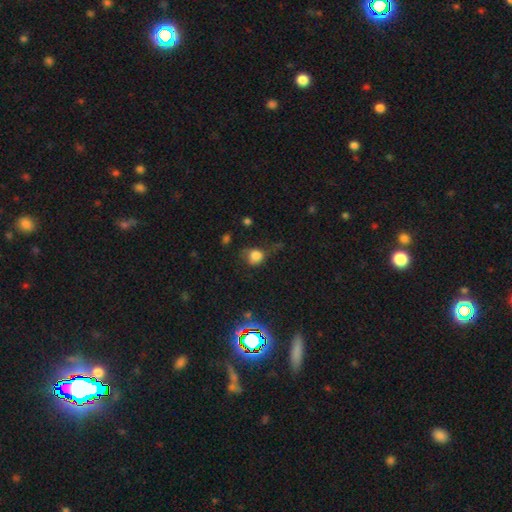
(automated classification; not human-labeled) Q: Smooth or featured?
A: smooth (77%); runner-up: star or artifact (14%)
Q: How rounded?
A: round (65%); runner-up: in between (34%)
Q: Merging?
A: none (42%); runner-up: minor disturbance (30%)